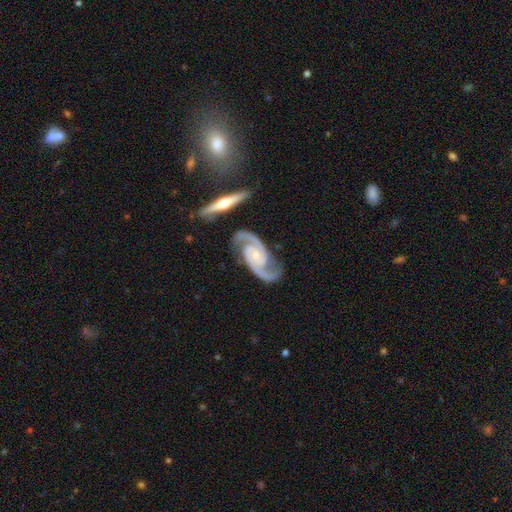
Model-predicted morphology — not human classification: smooth_or_featured: featured or disk (p=0.94) [alt: star or artifact p=0.03]
disk_edge_on: no (p=0.97) [alt: yes p=0.03]
bar: no (p=0.57) [alt: weak p=0.30]
has_spiral_arms: yes (p=0.99) [alt: no p=0.01]
spiral_winding: medium (p=0.58) [alt: tight p=0.30]
spiral_arm_count: 2 (p=0.94) [alt: 3 p=0.01]
bulge_size: small (p=0.64) [alt: moderate p=0.27]
merging: none (p=0.77) [alt: minor disturbance p=0.14]